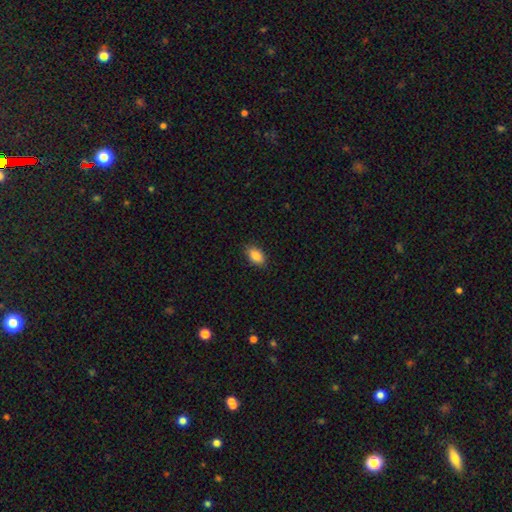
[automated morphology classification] Smooth or featured? smooth (87%)
How rounded? in between (90%)
Merging? none (86%)